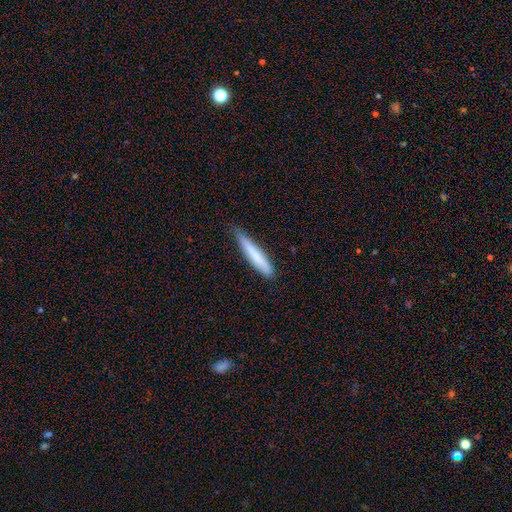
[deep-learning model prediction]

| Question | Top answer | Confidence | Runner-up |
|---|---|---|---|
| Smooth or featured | smooth | 76% | featured or disk (18%) |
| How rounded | cigar-shaped | 92% | in between (7%) |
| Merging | none | 70% | minor disturbance (25%) |